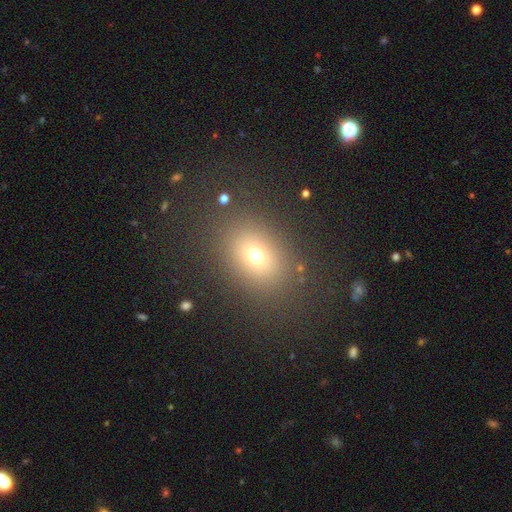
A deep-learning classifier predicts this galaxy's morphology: type=smooth (68%); roundness=in between (58%); merging=none (83%).